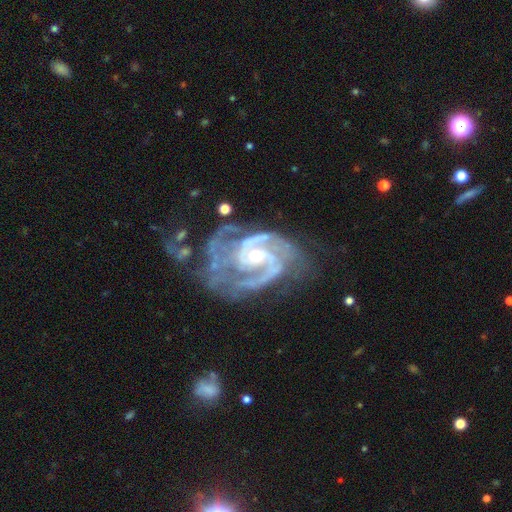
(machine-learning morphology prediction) Q: Smooth or featured?
A: featured or disk (93%); runner-up: star or artifact (5%)
Q: Edge-on disk?
A: no (98%); runner-up: yes (2%)
Q: Bar?
A: no (43%); runner-up: weak (41%)
Q: Spiral arms?
A: yes (98%); runner-up: no (2%)
Q: Spiral winding?
A: medium (49%); runner-up: tight (42%)
Q: Spiral arm count?
A: 2 (60%); runner-up: 3 (18%)
Q: Bulge size?
A: small (50%); runner-up: moderate (46%)
Q: Merging?
A: none (43%); runner-up: major disturbance (27%)